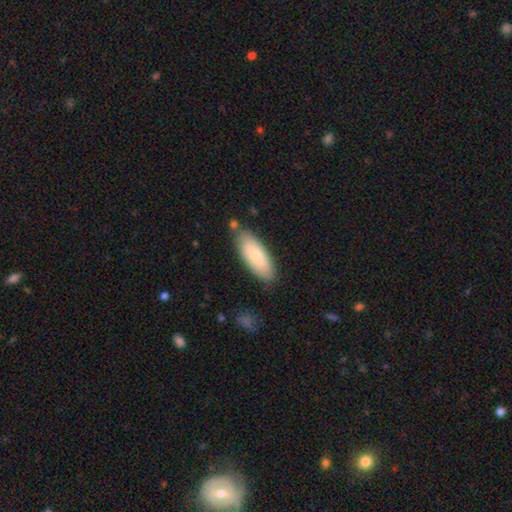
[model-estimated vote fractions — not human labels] Morphology: type=smooth (80%); roundness=in between (71%); merging=none (78%).